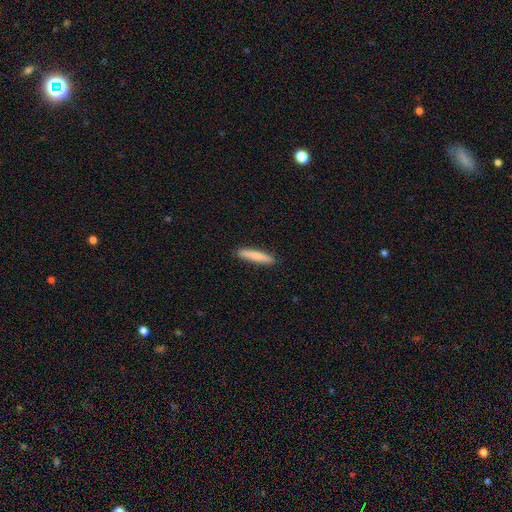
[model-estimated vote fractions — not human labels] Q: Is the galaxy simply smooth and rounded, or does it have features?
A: smooth — 80%.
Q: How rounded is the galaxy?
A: cigar-shaped — 92%.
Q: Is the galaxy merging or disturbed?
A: none — 90%.